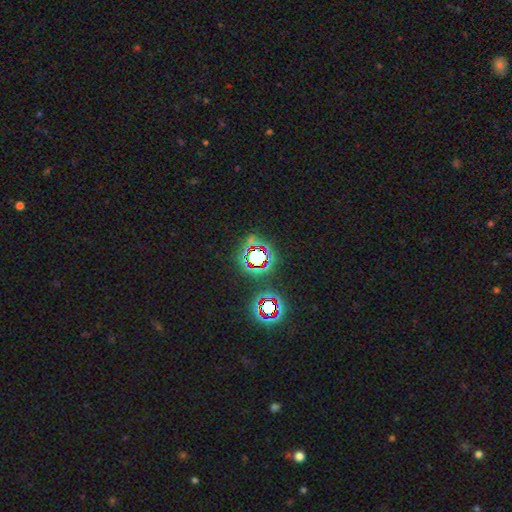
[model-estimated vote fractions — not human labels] Smooth or featured? star or artifact (70%)